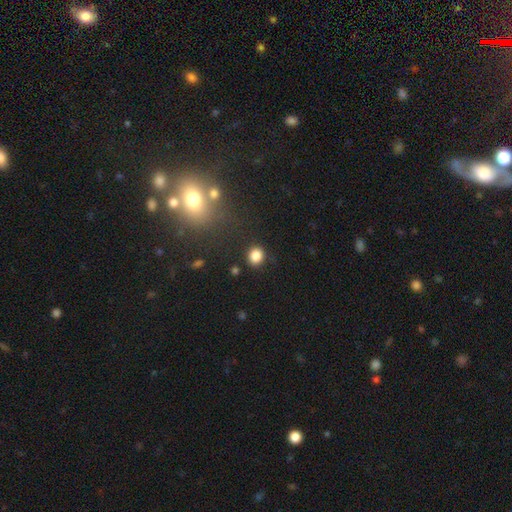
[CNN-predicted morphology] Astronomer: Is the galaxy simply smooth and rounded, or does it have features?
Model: smooth — 85%.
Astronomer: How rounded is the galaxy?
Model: round — 71%.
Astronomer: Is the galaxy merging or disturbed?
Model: none — 88%.